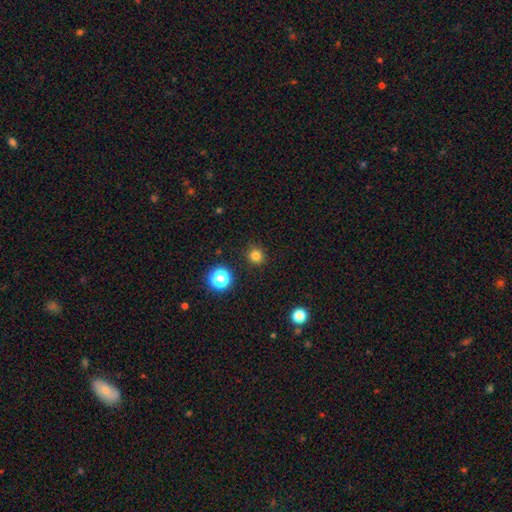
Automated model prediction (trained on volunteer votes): A smooth galaxy with no disk features (80%) that is round (93%).

Vote fractions:
- Smooth or featured? smooth: 80% / star or artifact: 16% / featured or disk: 4%
- How rounded? round: 93% / in between: 6% / cigar-shaped: 1%
- Merging? none: 90% / minor disturbance: 6% / major disturbance: 2% / merger: 1%